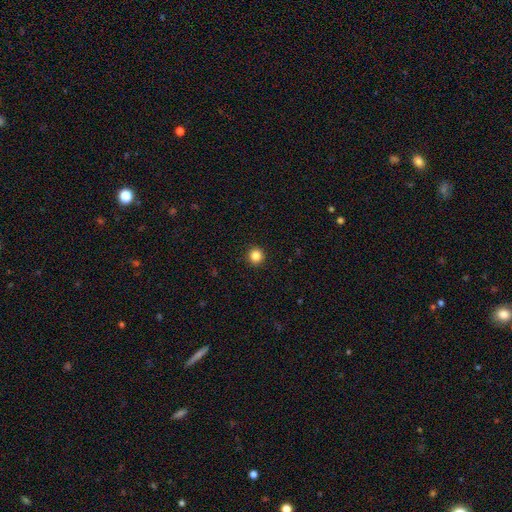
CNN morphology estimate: type=smooth (85%); roundness=round (95%); merging=none (93%).